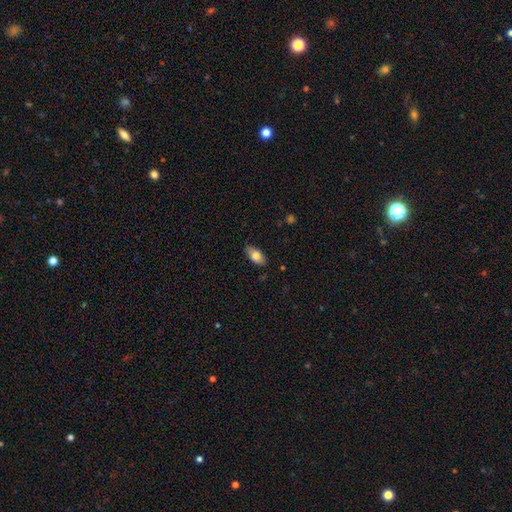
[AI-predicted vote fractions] This is likely a smooth galaxy (78%). How rounded: clearly in between (90%). Merging: clearly none (85%).